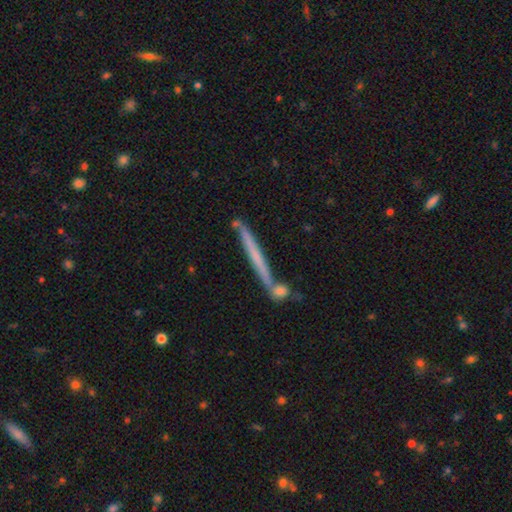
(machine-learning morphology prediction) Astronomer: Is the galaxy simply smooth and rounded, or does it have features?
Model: featured or disk — 52% (runner-up: smooth, 41%).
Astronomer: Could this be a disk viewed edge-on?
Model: yes — 96%.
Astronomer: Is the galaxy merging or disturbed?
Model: none — 74%.